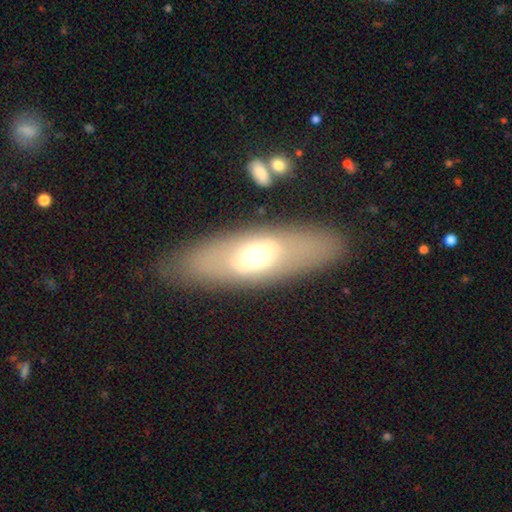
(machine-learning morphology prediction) Smooth or featured? smooth (51%)
How rounded? in between (62%)
Merging? none (83%)